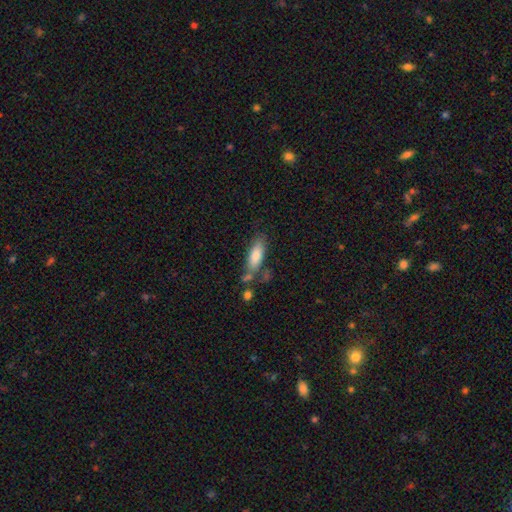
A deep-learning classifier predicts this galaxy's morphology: type=smooth (78%); roundness=in between (61%); merging=none (54%).